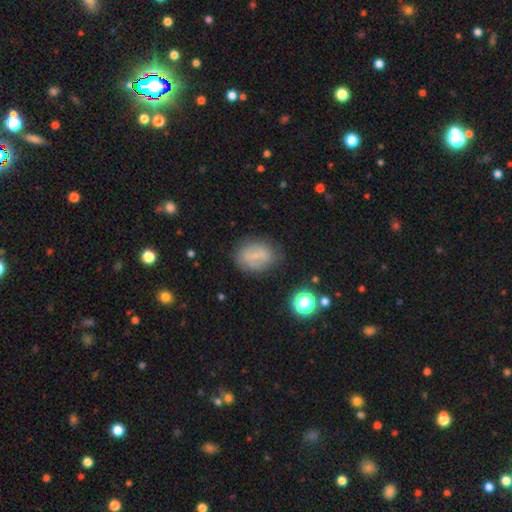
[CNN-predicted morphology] This is possibly a smooth galaxy (56%). How rounded: likely in between (66%). Merging: likely none (70%).